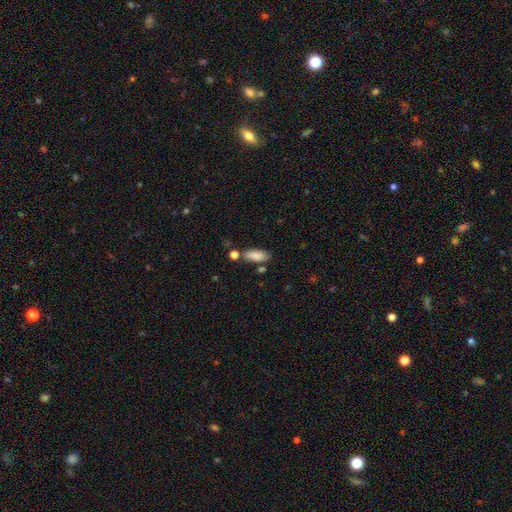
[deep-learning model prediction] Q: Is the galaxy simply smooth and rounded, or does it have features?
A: smooth — 85%.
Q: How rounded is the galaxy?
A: in between — 77%.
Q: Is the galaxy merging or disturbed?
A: none — 67%.